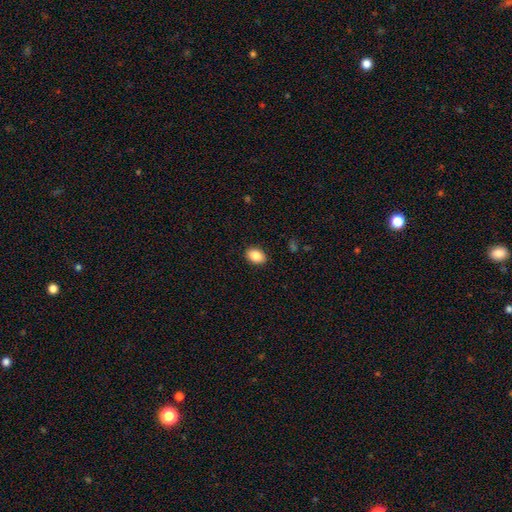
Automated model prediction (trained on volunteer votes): Morphology: type=smooth (87%); roundness=in between (82%); merging=none (90%).